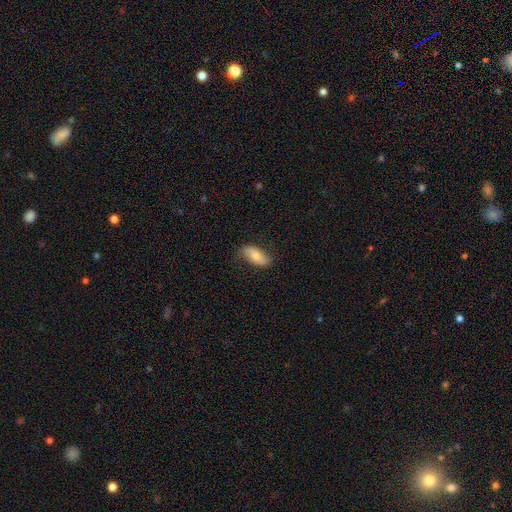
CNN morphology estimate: A smooth galaxy with no disk features (63%) that is in between round and cigar-shaped (88%).

Vote fractions:
- Smooth or featured? smooth: 63% / featured or disk: 30% / star or artifact: 6%
- How rounded? in between: 88% / cigar-shaped: 9% / round: 3%
- Merging? none: 73% / minor disturbance: 21% / major disturbance: 5% / merger: 1%